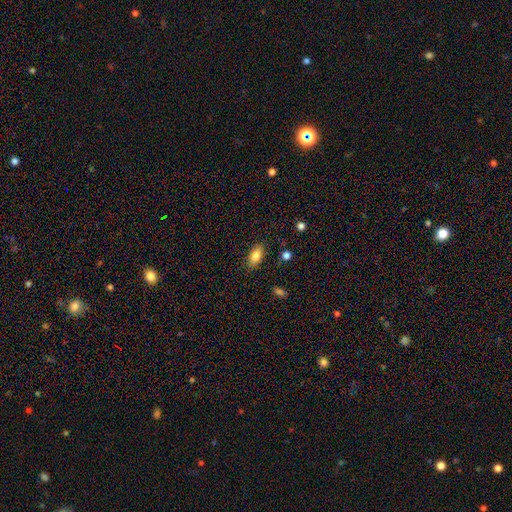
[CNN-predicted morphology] A smooth galaxy with no disk features (84%) that is in between round and cigar-shaped (89%). Merging: none (83%).